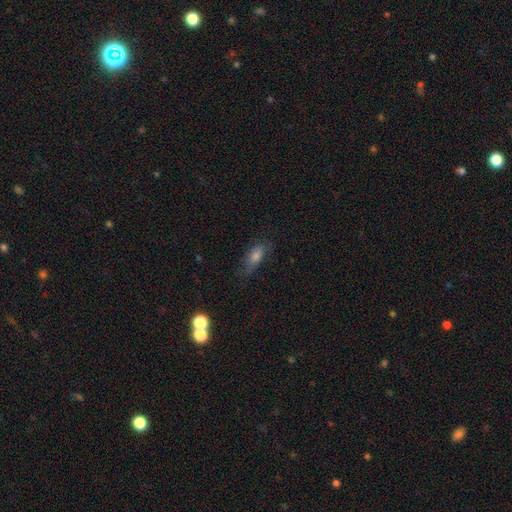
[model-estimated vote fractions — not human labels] Smooth or featured? smooth (65%)
How rounded? in between (64%)
Merging? none (63%)